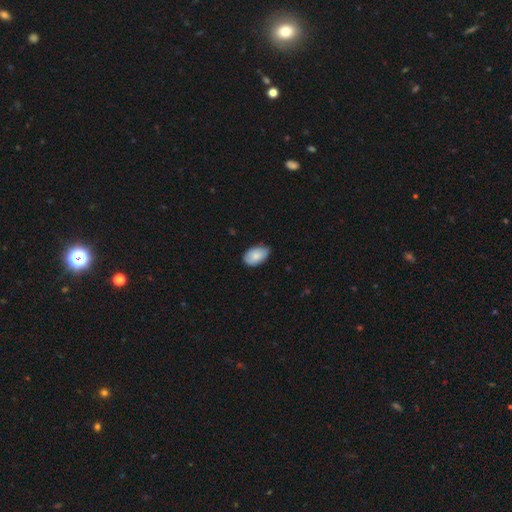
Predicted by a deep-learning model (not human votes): Overall: smooth (81%). How rounded: in between (92%). Merging: none (73%).